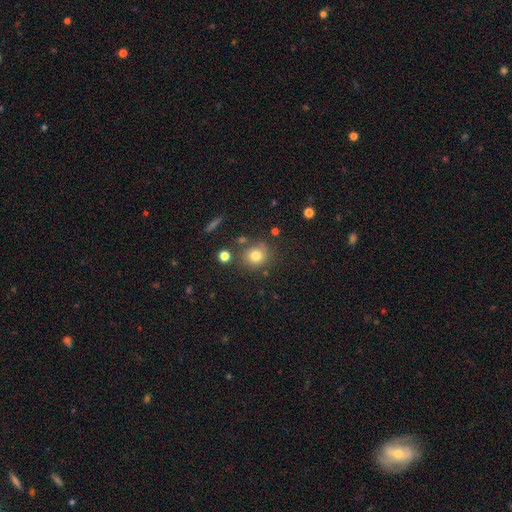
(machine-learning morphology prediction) A smooth galaxy with no disk features (77%) that is round (85%). Merging: none (72%).